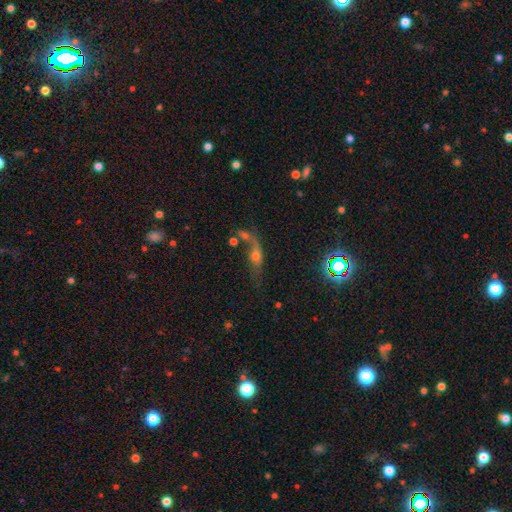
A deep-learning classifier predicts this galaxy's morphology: Smooth or featured: featured or disk — 44% (smooth — 37%)
Merging: none — 33% (merger — 32%)